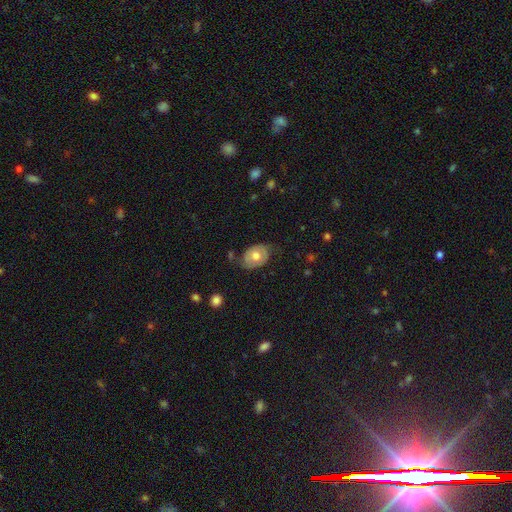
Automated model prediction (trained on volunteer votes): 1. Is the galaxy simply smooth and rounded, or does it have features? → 58% smooth, 35% featured or disk, 7% star or artifact.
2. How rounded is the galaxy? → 77% in between, 22% round, 1% cigar-shaped.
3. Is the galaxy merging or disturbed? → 65% none, 25% minor disturbance, 7% major disturbance, 2% merger.